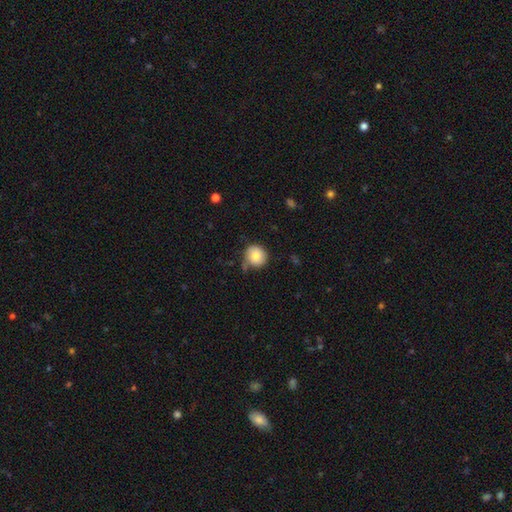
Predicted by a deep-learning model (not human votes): smooth 80%, featured or disk 11%, star or artifact 8%. Down the decision tree: how rounded — round (91%); merging — none (66%).